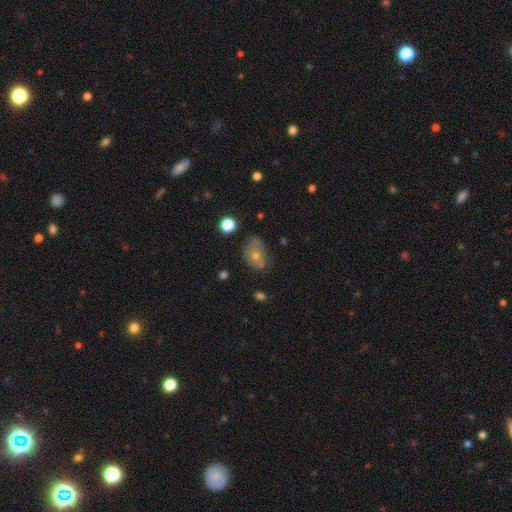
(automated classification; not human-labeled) Smooth or featured: smooth — 49% (featured or disk — 36%)
Merging: none — 56% (minor disturbance — 29%)